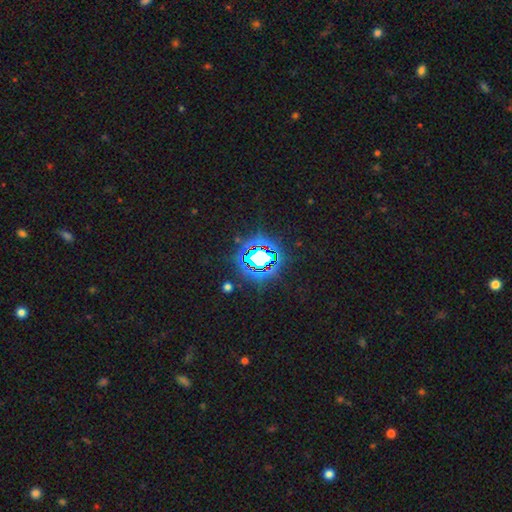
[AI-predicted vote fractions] star or artifact 74%, smooth 16%, featured or disk 11%.